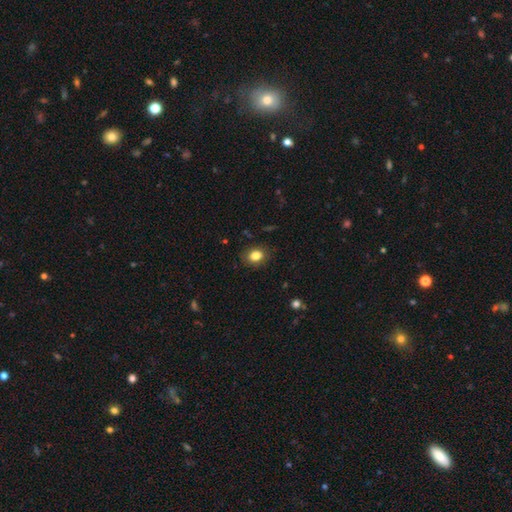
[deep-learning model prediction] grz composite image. It shows a smooth galaxy with no disk features (83%) that is in between round and cigar-shaped (52%). Merging: none (85%).